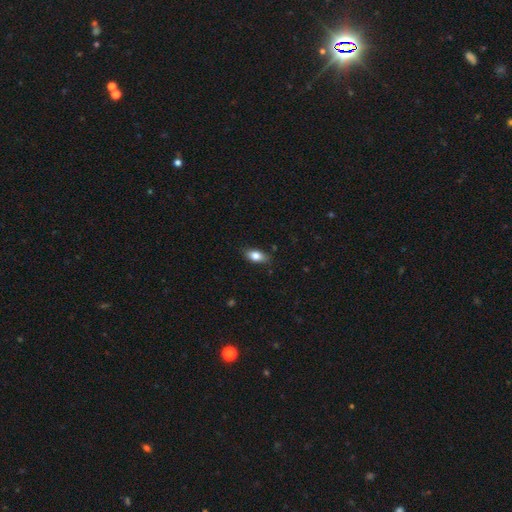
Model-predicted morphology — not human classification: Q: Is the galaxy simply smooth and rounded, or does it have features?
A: smooth — 80%.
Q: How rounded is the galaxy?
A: in between — 86%.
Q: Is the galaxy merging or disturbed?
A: none — 82%.